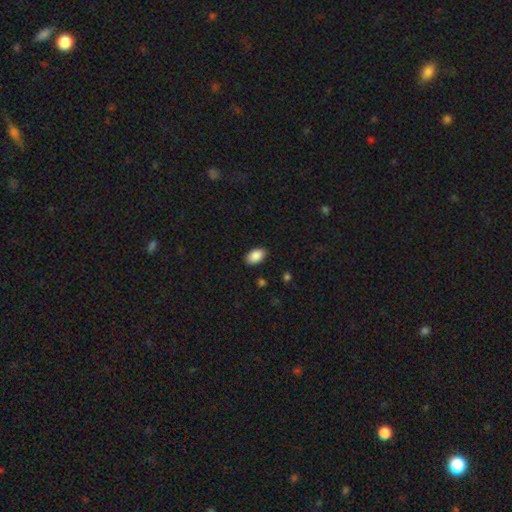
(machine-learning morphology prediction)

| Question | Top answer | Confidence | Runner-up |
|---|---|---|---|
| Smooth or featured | smooth | 89% | star or artifact (7%) |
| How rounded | in between | 92% | round (6%) |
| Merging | none | 88% | minor disturbance (9%) |